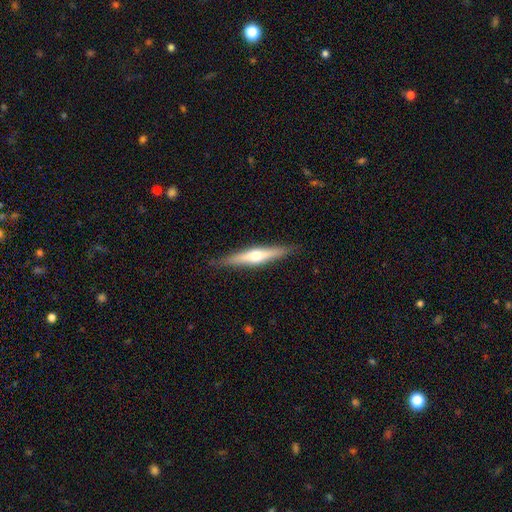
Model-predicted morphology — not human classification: A featured or disk galaxy (59%) viewed edge-on (95%) with a rounded central bulge (89%).

Vote fractions:
- Smooth or featured? featured or disk: 59% / smooth: 35% / star or artifact: 6%
- Edge-on disk? yes: 95% / no: 5%
- Edge-on bulge? rounded: 89% / none: 6% / boxy: 4%
- Merging? none: 87% / minor disturbance: 10% / major disturbance: 2% / merger: 1%